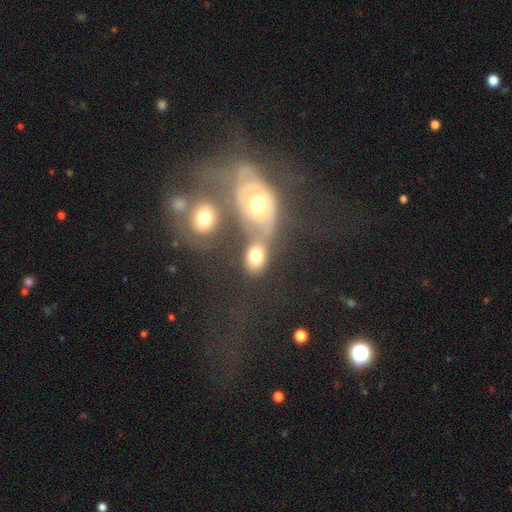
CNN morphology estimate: Q: Smooth or featured?
A: smooth (67%); runner-up: featured or disk (22%)
Q: How rounded?
A: in between (70%); runner-up: round (28%)
Q: Merging?
A: merger (43%); runner-up: none (37%)